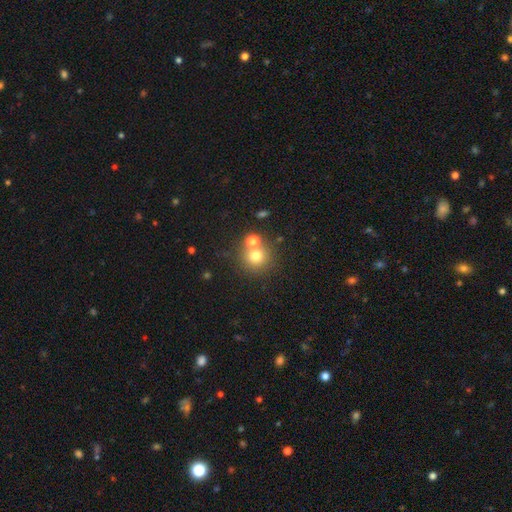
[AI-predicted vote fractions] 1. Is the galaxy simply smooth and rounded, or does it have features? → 74% smooth, 15% star or artifact, 12% featured or disk.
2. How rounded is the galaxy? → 91% round, 8% in between, 1% cigar-shaped.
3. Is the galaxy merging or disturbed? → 61% none, 28% merger, 7% minor disturbance, 3% major disturbance.